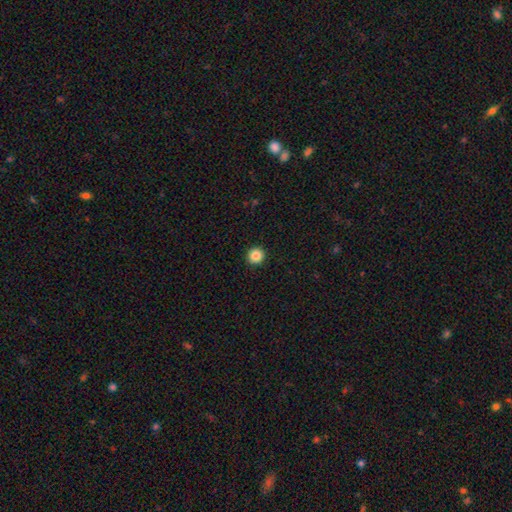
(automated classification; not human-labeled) Smooth or featured? Predicted: smooth (p=0.87). How rounded? Predicted: round (p=0.95). Merging? Predicted: none (p=0.94).